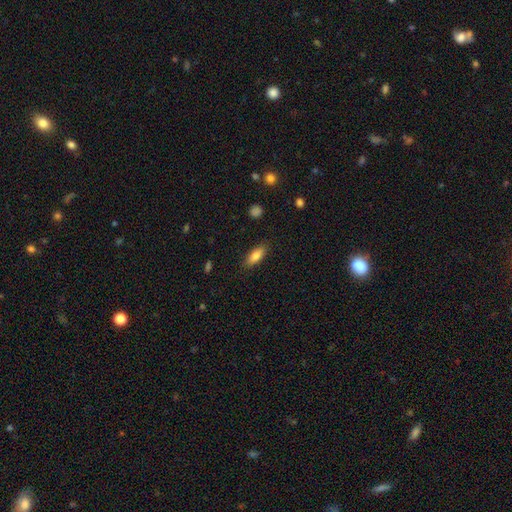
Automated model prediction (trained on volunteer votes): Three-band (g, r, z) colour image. It shows a smooth galaxy with no disk features (80%) that is in between round and cigar-shaped (72%). Merging: none (85%).